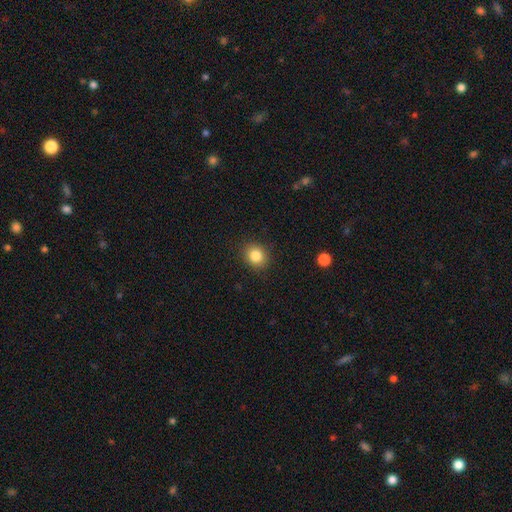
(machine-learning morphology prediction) The model was most divided on "how rounded": round: 69%, in between: 30%, cigar-shaped: 1%. More confident: merging — none (89%); smooth or featured — smooth (85%).